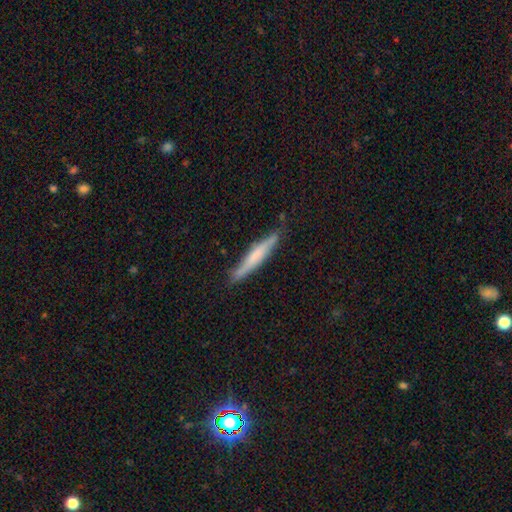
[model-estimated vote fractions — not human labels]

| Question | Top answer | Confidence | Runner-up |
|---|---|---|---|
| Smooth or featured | smooth | 55% | featured or disk (39%) |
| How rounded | cigar-shaped | 94% | in between (4%) |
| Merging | none | 82% | minor disturbance (14%) |